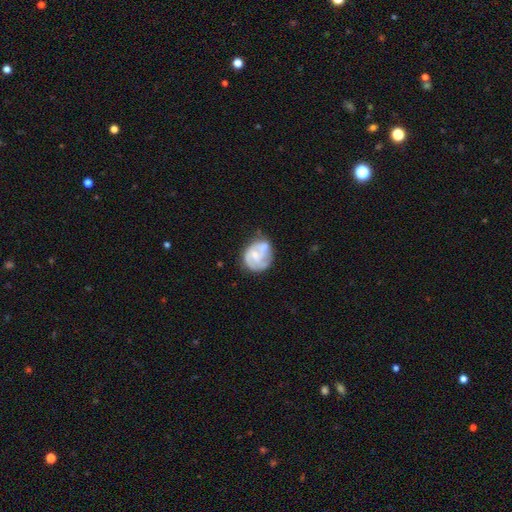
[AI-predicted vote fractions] Overall: featured or disk (64%; smooth 29%). Edge-on disk: no (98%). Bar: no (63%; weak 31%). Spiral arms: yes (69%; no 31%). Bulge size: small (43%; moderate 34%). Merging: none (43%; minor disturbance 27%).